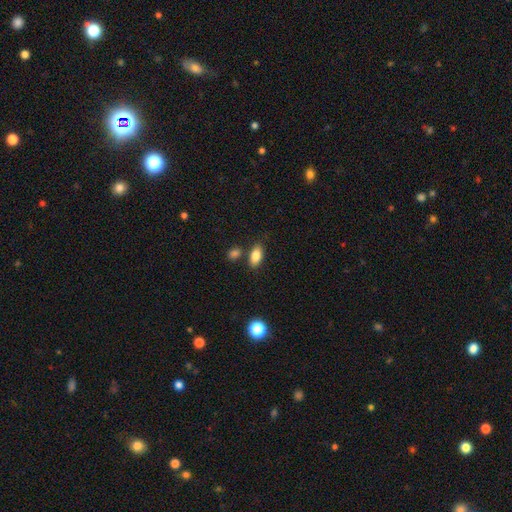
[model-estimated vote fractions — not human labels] This appears to be a smooth galaxy with no disk features (83%) that is in between round and cigar-shaped (89%). Merging: none (77%).